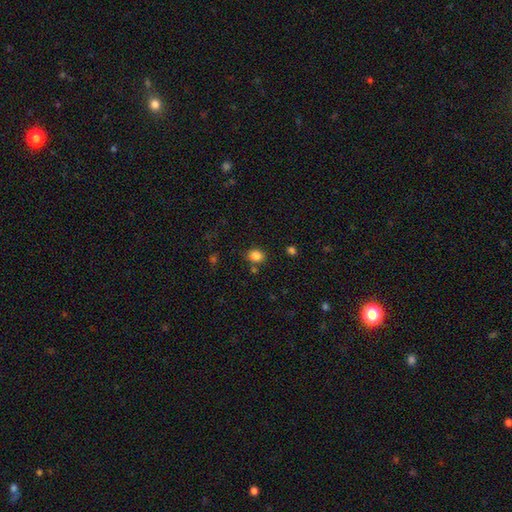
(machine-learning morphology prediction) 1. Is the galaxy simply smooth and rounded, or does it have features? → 84% smooth, 12% star or artifact, 4% featured or disk.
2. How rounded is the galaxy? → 57% round, 42% in between, 1% cigar-shaped.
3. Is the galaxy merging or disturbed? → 76% none, 13% minor disturbance, 7% merger, 4% major disturbance.